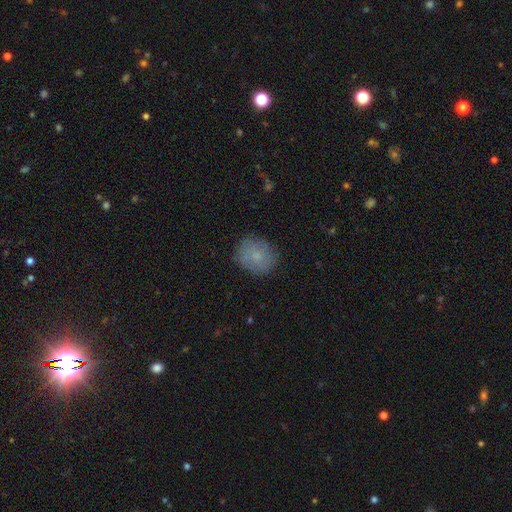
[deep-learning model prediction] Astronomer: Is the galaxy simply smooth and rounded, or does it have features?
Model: smooth — 78%.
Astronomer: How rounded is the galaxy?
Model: round — 70%.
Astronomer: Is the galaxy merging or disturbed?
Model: none — 84%.